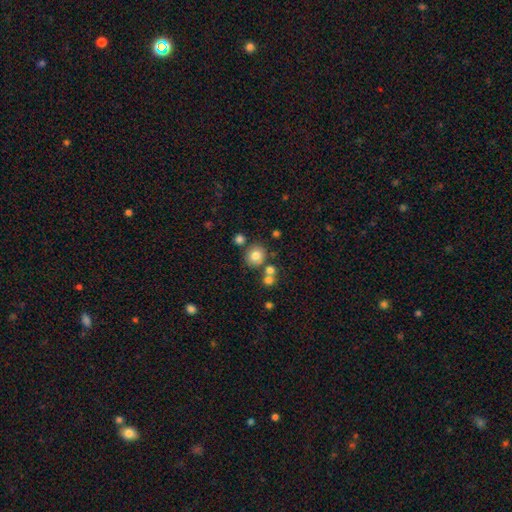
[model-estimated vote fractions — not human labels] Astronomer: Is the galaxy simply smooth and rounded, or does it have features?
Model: smooth — 78%.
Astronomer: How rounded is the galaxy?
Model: round — 84%.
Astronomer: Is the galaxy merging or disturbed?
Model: none — 73%.